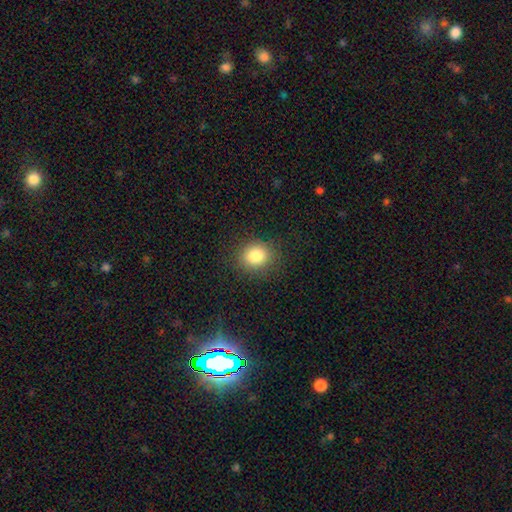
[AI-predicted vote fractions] Smooth or featured? Predicted: smooth (p=0.83). How rounded? Predicted: round (p=0.78). Merging? Predicted: none (p=0.88).